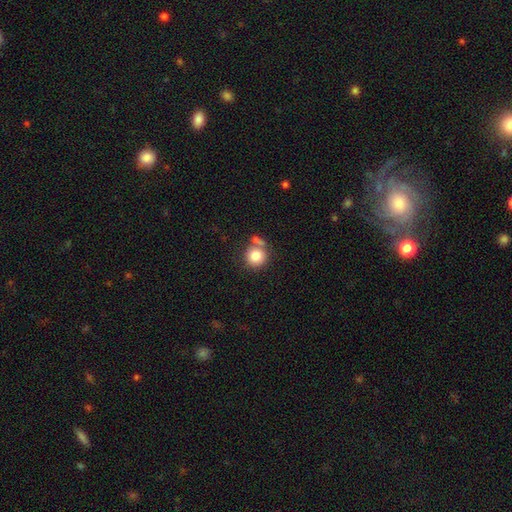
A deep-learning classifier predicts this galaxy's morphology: smooth-or-featured: smooth: 81% | featured or disk: 9% | star or artifact: 9%
  how-rounded: round: 90% | in between: 9% | cigar-shaped: 1%
  merging: none: 60% | merger: 22% | minor disturbance: 13% | major disturbance: 5%